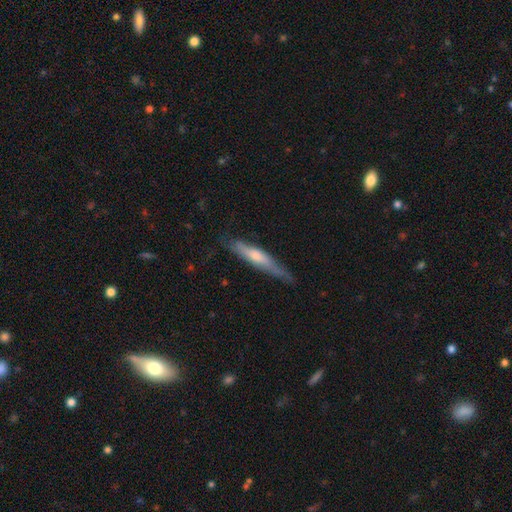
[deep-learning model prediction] smooth_or_featured: featured or disk (p=0.49) [alt: smooth p=0.45]
merging: none (p=0.68) [alt: minor disturbance p=0.25]